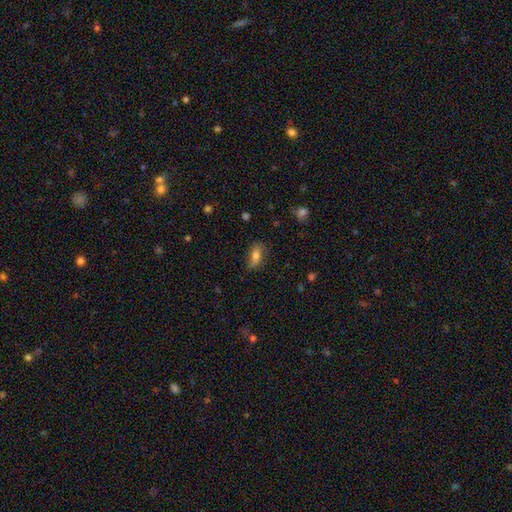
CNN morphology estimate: Smooth or featured?
  - smooth: 70% *
  - featured or disk: 21%
  - star or artifact: 9%
How rounded?
  - in between: 81% *
  - cigar-shaped: 12%
  - round: 7%
Merging?
  - none: 73% *
  - minor disturbance: 20%
  - major disturbance: 5%
  - merger: 2%